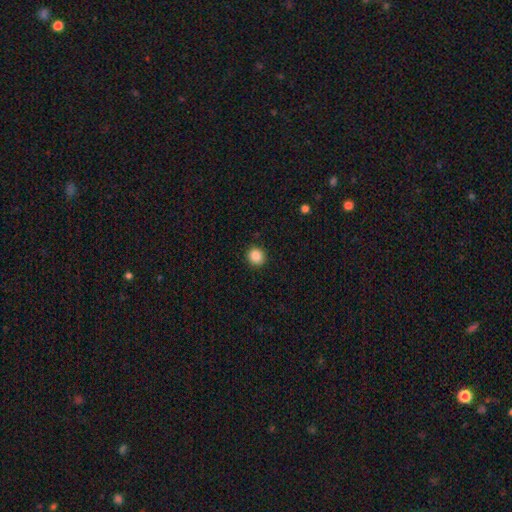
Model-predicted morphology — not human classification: smooth-or-featured: smooth: 87% | star or artifact: 10% | featured or disk: 3%
  how-rounded: round: 87% | in between: 12% | cigar-shaped: 1%
  merging: none: 91% | minor disturbance: 6% | major disturbance: 2% | merger: 1%